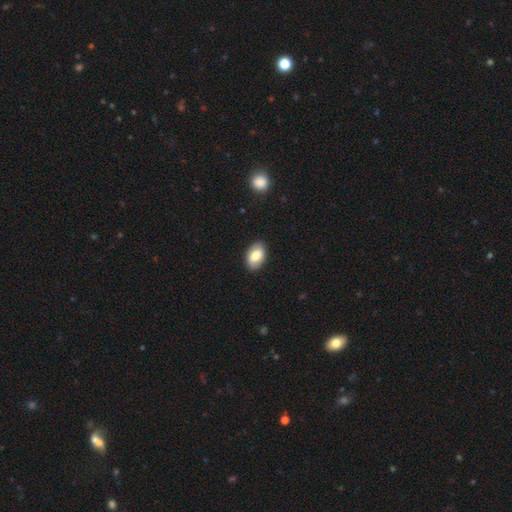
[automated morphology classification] smooth_or_featured: smooth (p=0.76) [alt: featured or disk p=0.17]
how_rounded: in between (p=0.92) [alt: round p=0.06]
merging: none (p=0.87) [alt: minor disturbance p=0.10]